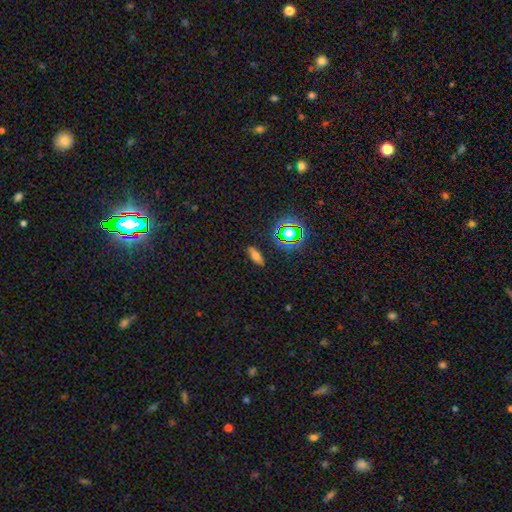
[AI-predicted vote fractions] Smooth or featured? Predicted: smooth (p=0.61). How rounded? Predicted: in between (p=0.62). Merging? Predicted: none (p=0.86).